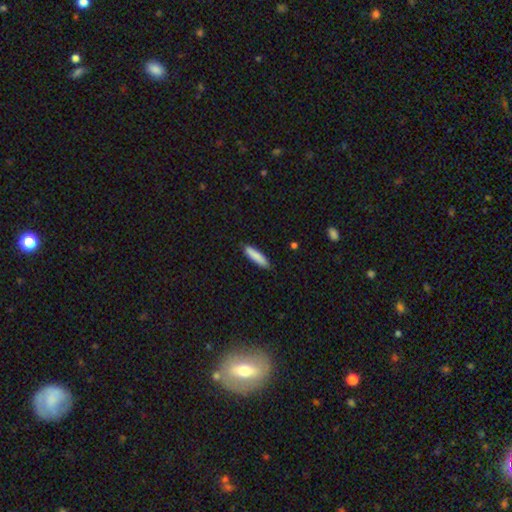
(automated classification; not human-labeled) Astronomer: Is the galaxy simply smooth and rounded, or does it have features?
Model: smooth — 86%.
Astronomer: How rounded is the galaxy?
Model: cigar-shaped — 81%.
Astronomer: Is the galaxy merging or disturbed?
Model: none — 87%.